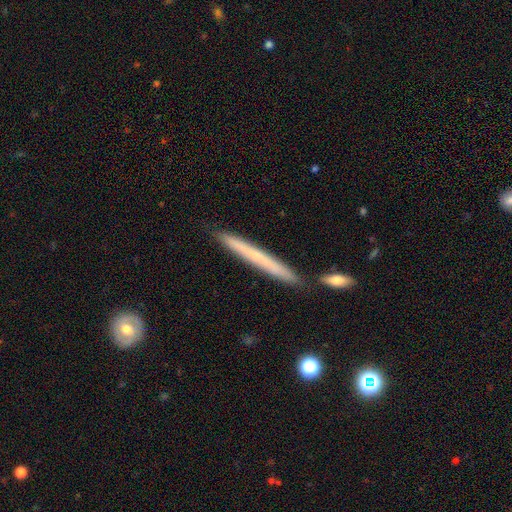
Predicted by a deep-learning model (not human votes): smooth_or_featured: smooth (p=0.54) [alt: featured or disk p=0.40]
how_rounded: cigar-shaped (p=0.97) [alt: in between p=0.02]
merging: none (p=0.86) [alt: minor disturbance p=0.09]